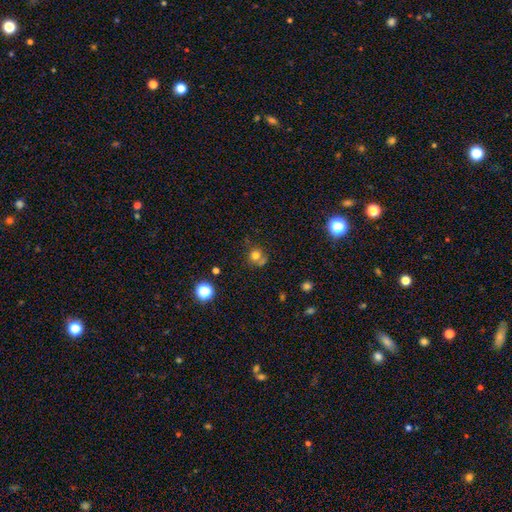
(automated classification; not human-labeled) Q: Smooth or featured?
A: smooth (73%); runner-up: star or artifact (16%)
Q: How rounded?
A: round (87%); runner-up: in between (12%)
Q: Merging?
A: none (55%); runner-up: merger (23%)